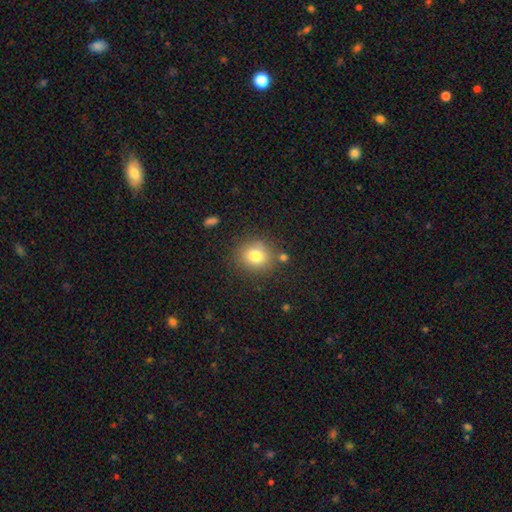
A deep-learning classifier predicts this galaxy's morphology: Smooth or featured?
  - smooth: 80% *
  - star or artifact: 11%
  - featured or disk: 9%
How rounded?
  - round: 81% *
  - in between: 18%
  - cigar-shaped: 1%
Merging?
  - none: 80% *
  - minor disturbance: 11%
  - merger: 5%
  - major disturbance: 4%